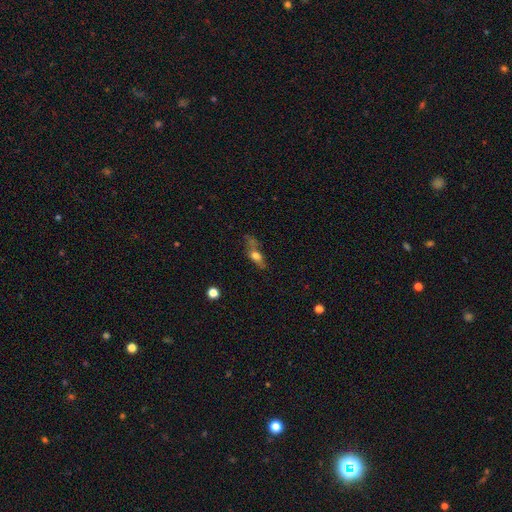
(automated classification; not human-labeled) Overall: smooth (54%; featured or disk 33%). How rounded: in between (50%; cigar-shaped 38%). Merging: none (49%; minor disturbance 25%).